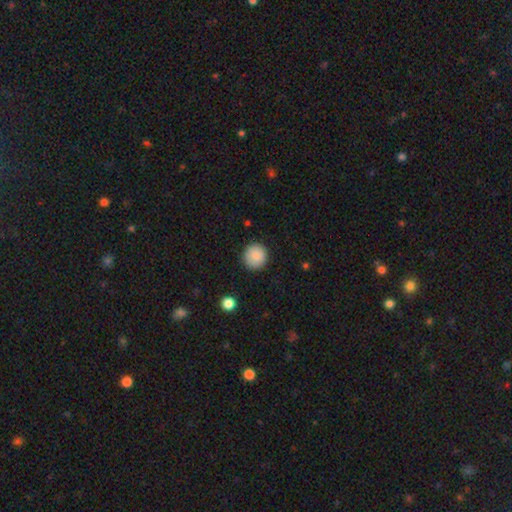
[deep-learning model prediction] This is clearly a smooth galaxy (88%). How rounded: clearly round (94%). Merging: clearly none (91%).